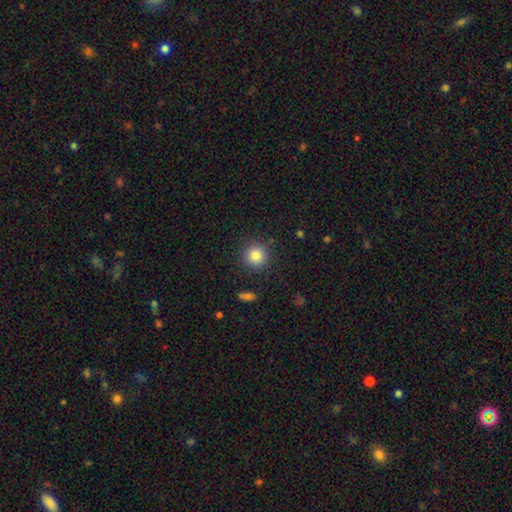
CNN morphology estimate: smooth-or-featured: smooth: 84% | star or artifact: 10% | featured or disk: 6%
  how-rounded: round: 94% | in between: 5% | cigar-shaped: 1%
  merging: none: 90% | minor disturbance: 6% | major disturbance: 2% | merger: 1%